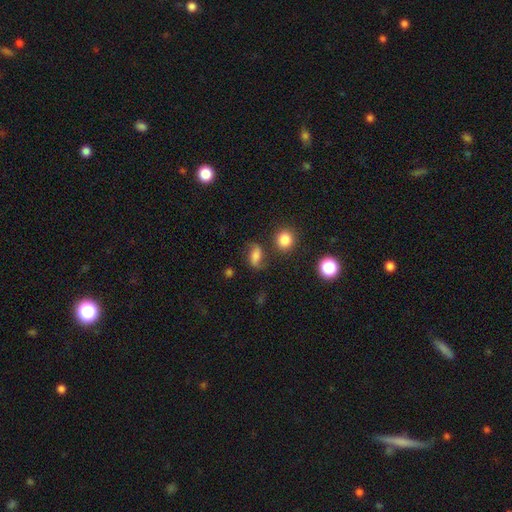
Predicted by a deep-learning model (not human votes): smooth 55%, featured or disk 31%, star or artifact 14%. Down the decision tree: how rounded — in between (70%); merging — none (63%).